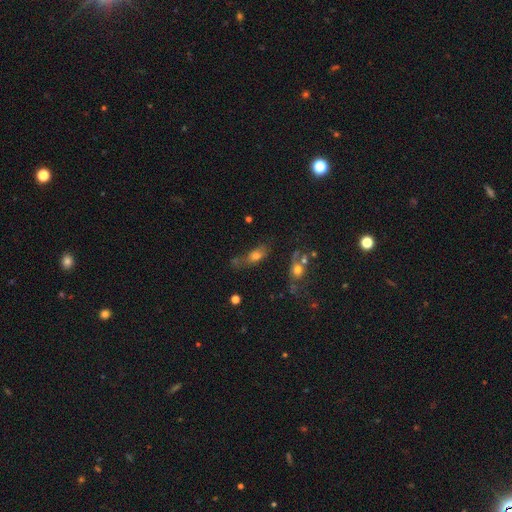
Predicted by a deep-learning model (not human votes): Smooth or featured?
  - smooth: 65% *
  - featured or disk: 20%
  - star or artifact: 15%
How rounded?
  - in between: 72% *
  - cigar-shaped: 16%
  - round: 12%
Merging?
  - none: 42% *
  - minor disturbance: 22%
  - merger: 20%
  - major disturbance: 16%